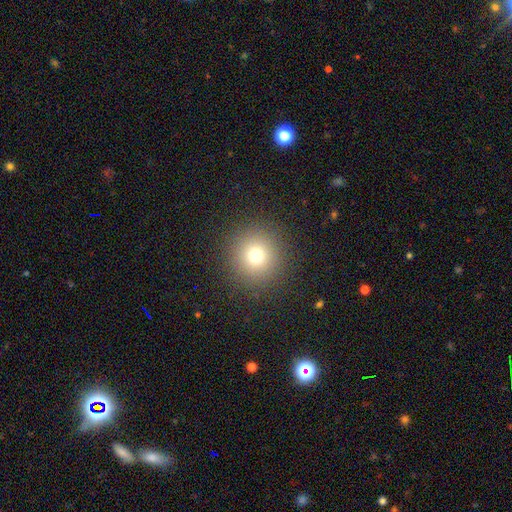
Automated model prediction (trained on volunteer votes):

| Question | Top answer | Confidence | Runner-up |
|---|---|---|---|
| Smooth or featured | smooth | 73% | star or artifact (18%) |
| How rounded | round | 95% | in between (4%) |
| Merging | none | 91% | minor disturbance (5%) |